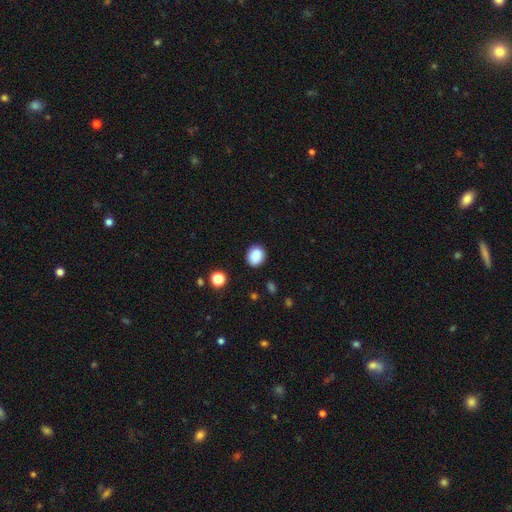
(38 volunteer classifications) A smooth galaxy with no disk features (92%) that is round (60%).

Vote fractions:
- Smooth or featured? smooth: 92% / star or artifact: 5% / featured or disk: 3%
- How rounded? round: 60% / in between: 40% / cigar-shaped: 0%
- Merging? none: 92% / minor disturbance: 8% / major disturbance: 0% / merger: 0%